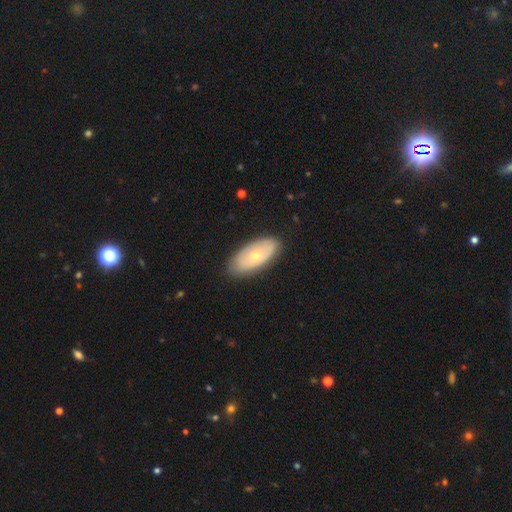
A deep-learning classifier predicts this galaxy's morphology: This appears to be a smooth galaxy with no disk features (54%) that is in between round and cigar-shaped (91%). Merging: none (84%).